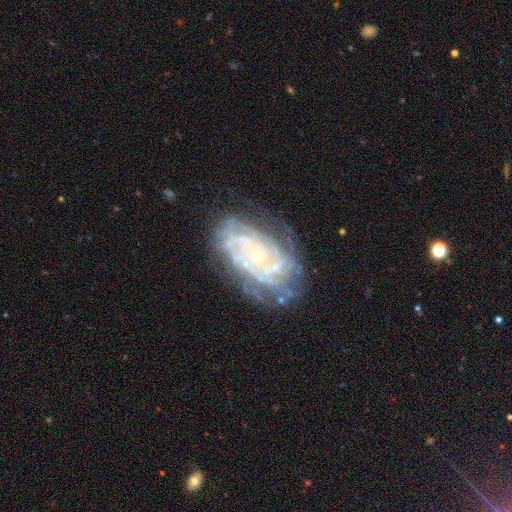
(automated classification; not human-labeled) Smooth or featured?
  - featured or disk: 84% *
  - smooth: 9%
  - star or artifact: 7%
Edge-on disk?
  - no: 96% *
  - yes: 4%
Bar?
  - no: 80% *
  - weak: 15%
  - strong: 5%
Spiral arms?
  - yes: 90% *
  - no: 10%
Spiral winding?
  - tight: 71% *
  - medium: 23%
  - loose: 6%
Spiral arm count?
  - can't tell: 41% *
  - 4: 16%
  - 2: 14%
  - 3: 14%
  - more than 4: 10%
  - 1: 6%
Bulge size?
  - small: 79% *
  - moderate: 17%
  - none: 2%
  - large: 1%
  - dominant: 1%
Merging?
  - none: 67% *
  - minor disturbance: 20%
  - major disturbance: 10%
  - merger: 3%